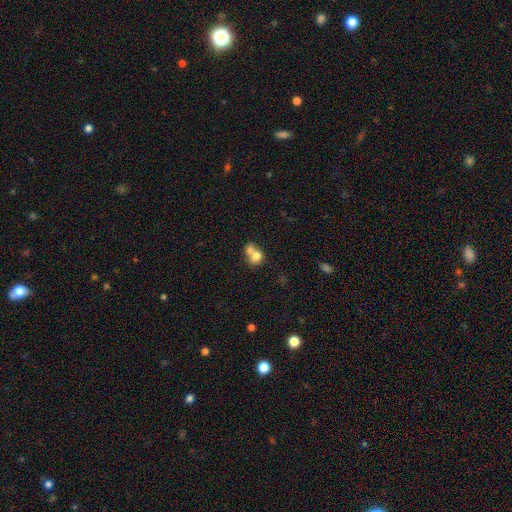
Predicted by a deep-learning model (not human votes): smooth_or_featured: smooth (p=0.72) [alt: featured or disk p=0.18]
how_rounded: round (p=0.61) [alt: in between p=0.38]
merging: merger (p=0.65) [alt: none p=0.24]